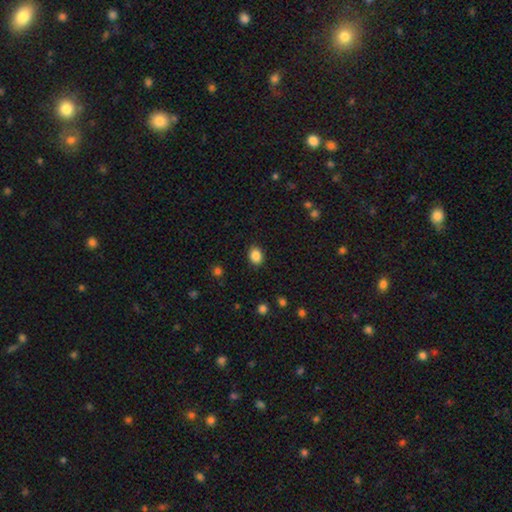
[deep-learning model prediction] smooth_or_featured: smooth (p=0.87) [alt: star or artifact p=0.09]
how_rounded: in between (p=0.56) [alt: round p=0.43]
merging: none (p=0.88) [alt: minor disturbance p=0.08]